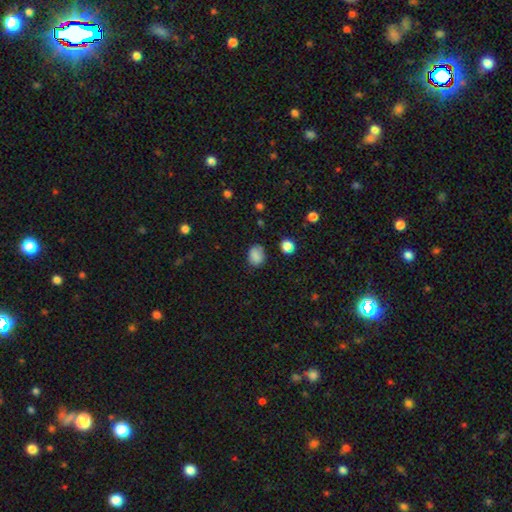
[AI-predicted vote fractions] This is clearly a smooth galaxy (82%). How rounded: possibly in between (57%). Merging: likely none (73%).